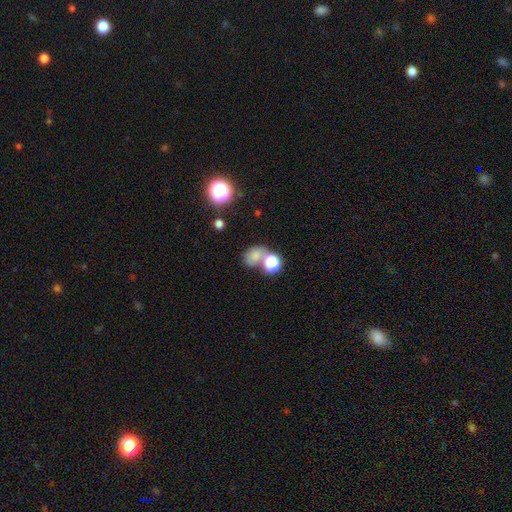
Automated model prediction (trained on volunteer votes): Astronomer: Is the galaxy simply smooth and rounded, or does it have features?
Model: smooth — 68%.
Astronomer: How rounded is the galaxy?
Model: in between — 51% (runner-up: round, 48%).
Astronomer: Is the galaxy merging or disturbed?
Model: none — 40% (runner-up: merger, 37%).